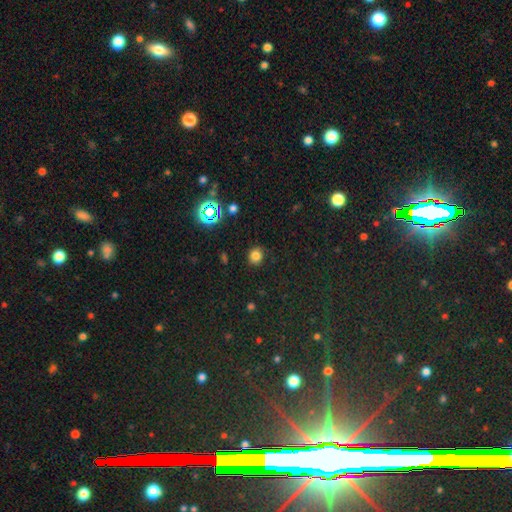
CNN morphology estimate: A smooth galaxy with no disk features (77%) that is round (75%). Merging: none (87%).